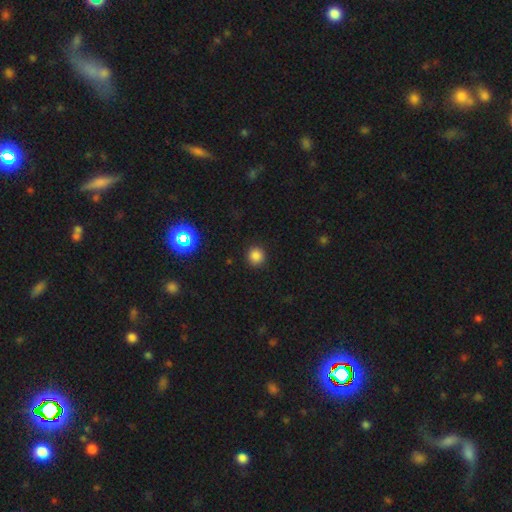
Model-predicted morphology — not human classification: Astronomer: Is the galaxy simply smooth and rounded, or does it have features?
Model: smooth — 82%.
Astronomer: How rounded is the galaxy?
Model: round — 93%.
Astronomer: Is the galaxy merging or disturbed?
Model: none — 91%.